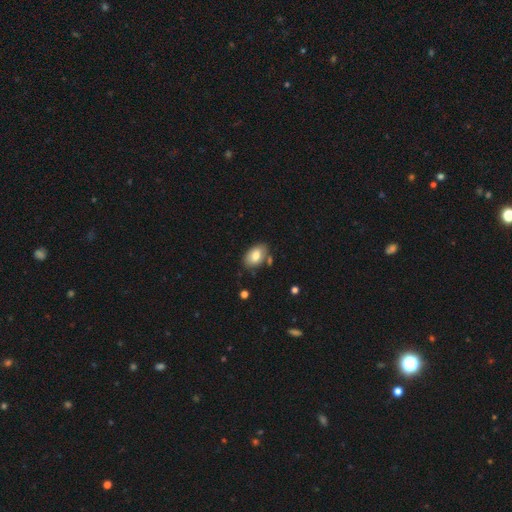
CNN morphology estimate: This is likely a smooth galaxy (79%). How rounded: clearly in between (89%). Merging: likely none (75%).